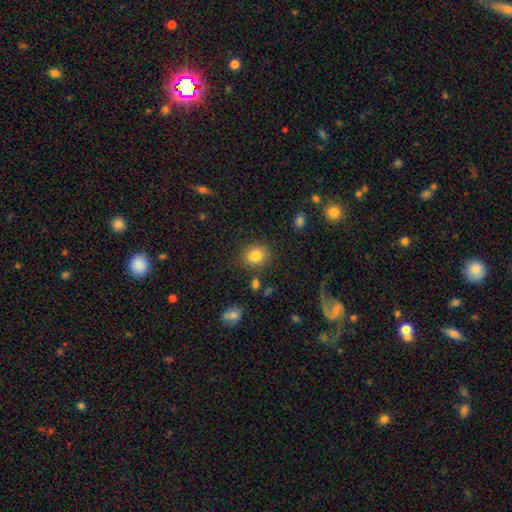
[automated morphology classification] Smooth or featured: smooth — 82% (star or artifact — 10%)
How rounded: round — 71% (in between — 28%)
Merging: none — 85% (minor disturbance — 9%)